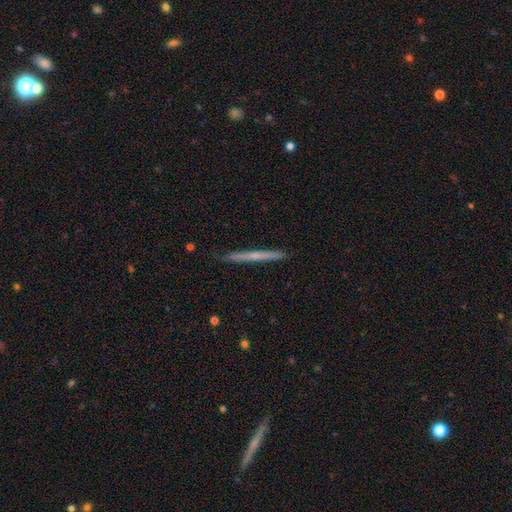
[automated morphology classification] Smooth or featured? Predicted: featured or disk (p=0.50). Merging? Predicted: none (p=0.89).